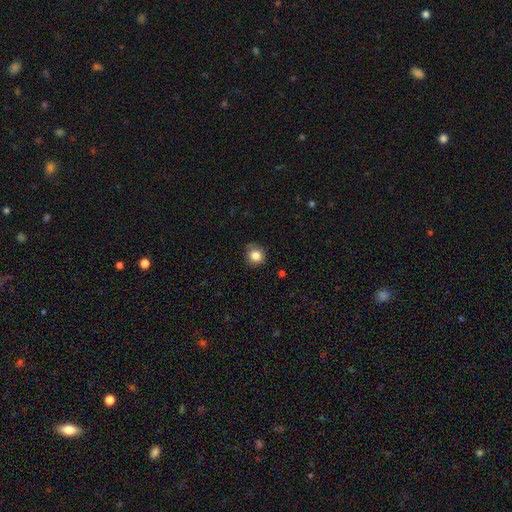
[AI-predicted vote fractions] Smooth or featured? Predicted: smooth (p=0.84). How rounded? Predicted: round (p=0.84). Merging? Predicted: none (p=0.81).